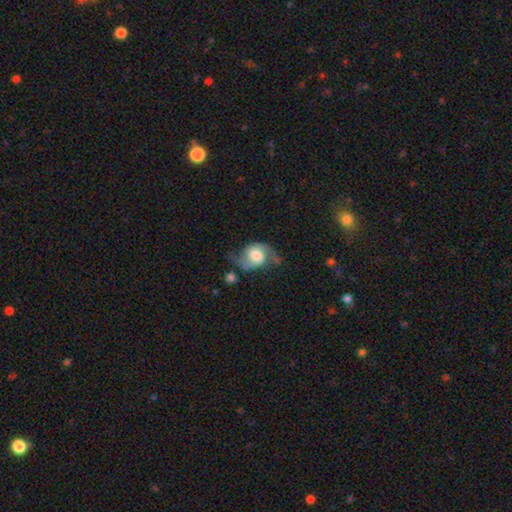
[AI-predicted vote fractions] This is likely a featured or disk galaxy (70%). It is clearly not viewed edge-on (97%). Bar: possibly no (56%). Spiral arm pattern: clearly yes (90%). Spiral arm count: clearly 2 (89%). Spiral winding: possibly loose (52%). Central bulge: marginally moderate (44%). Merging: possibly none (55%).